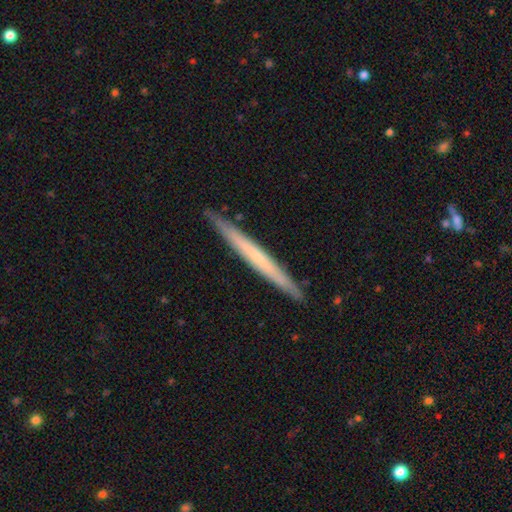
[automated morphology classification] The model was most divided on "smooth or featured": featured or disk: 52%, smooth: 43%, star or artifact: 5%. More confident: edge-on disk — yes (96%); merging — none (91%); edge-on bulge — none (80%).